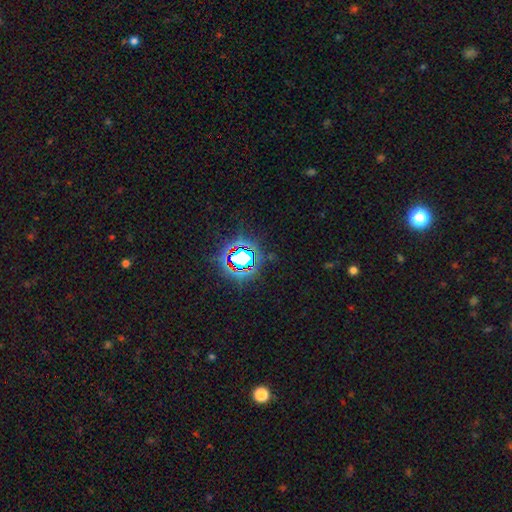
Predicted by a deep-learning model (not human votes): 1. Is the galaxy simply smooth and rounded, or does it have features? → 80% star or artifact, 12% smooth, 8% featured or disk.